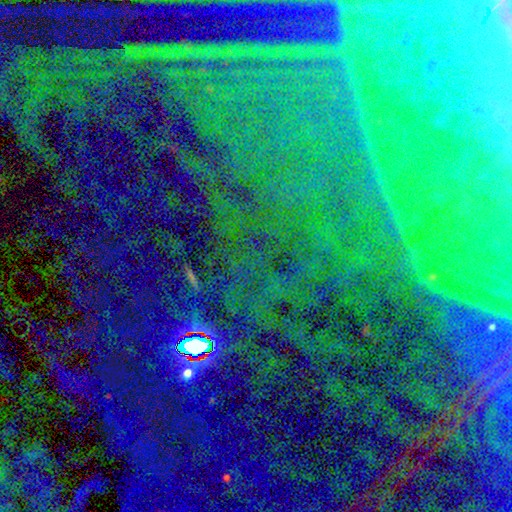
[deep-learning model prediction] Smooth or featured: star or artifact — 84% (featured or disk — 8%)